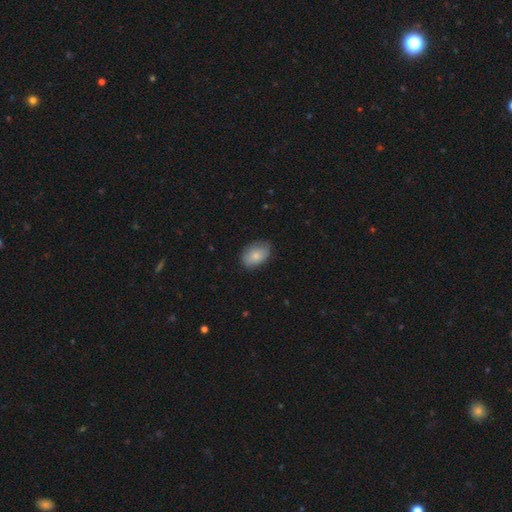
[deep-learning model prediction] This appears to be a smooth galaxy with no disk features (81%) that is in between round and cigar-shaped (87%). Merging: none (77%).